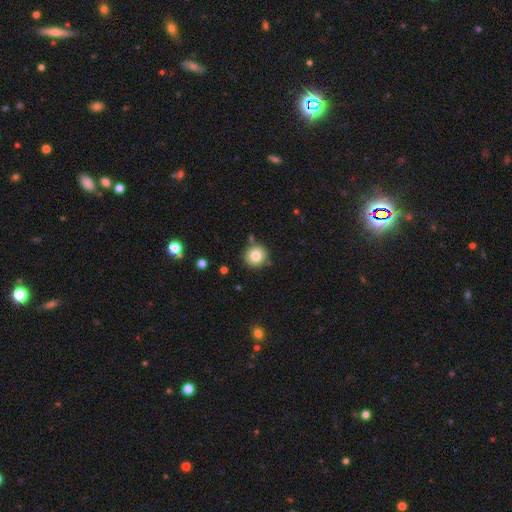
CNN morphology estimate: Overall: smooth (79%). How rounded: round (93%). Merging: none (83%).